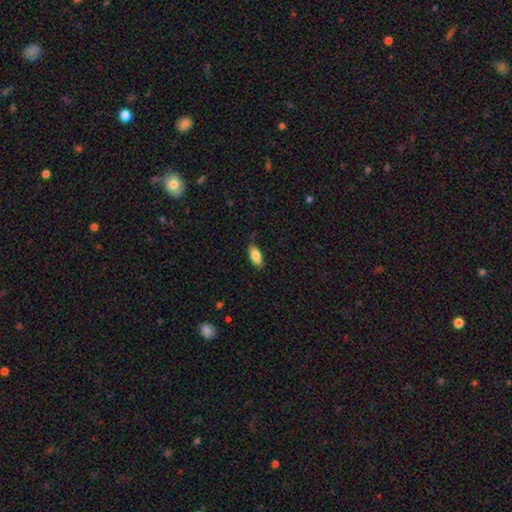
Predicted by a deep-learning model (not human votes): Overall: smooth (83%). How rounded: in between (84%). Merging: none (81%).